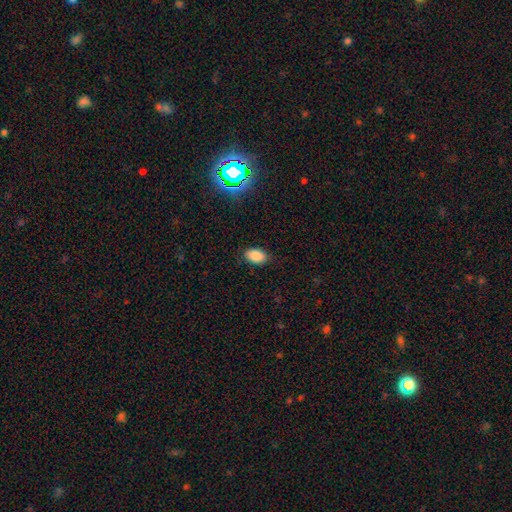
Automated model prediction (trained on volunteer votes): Q: Smooth or featured?
A: smooth (86%); runner-up: star or artifact (10%)
Q: How rounded?
A: in between (90%); runner-up: round (9%)
Q: Merging?
A: none (84%); runner-up: minor disturbance (12%)